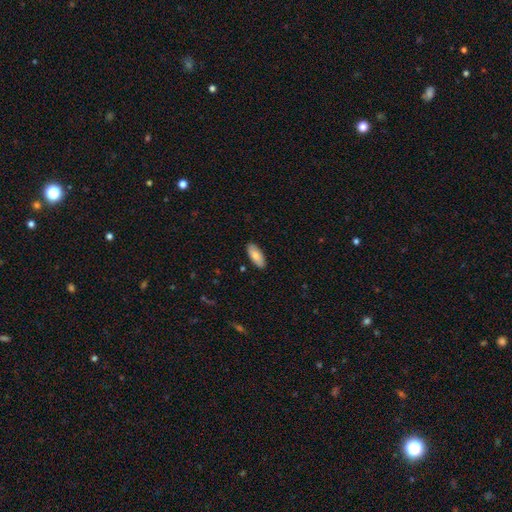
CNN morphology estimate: A smooth galaxy with no disk features (74%) that is in between round and cigar-shaped (85%). Merging: none (88%).